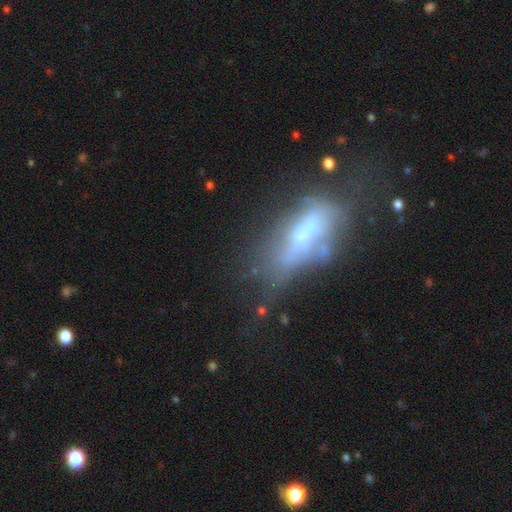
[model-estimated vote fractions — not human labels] This is possibly a featured or disk galaxy (51%). It is likely not viewed edge-on (67%). Merging: marginally none (39%).